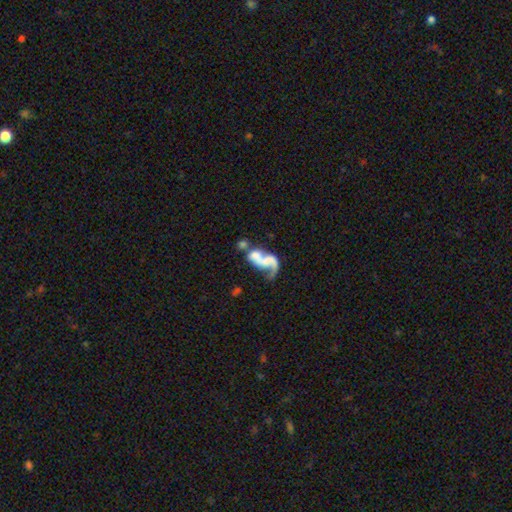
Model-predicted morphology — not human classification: This appears to be a featured or disk galaxy (70%) with no bar (57%), 2 (65%) loose (75%) spiral arms (76%) and no central bulge (52%). Merging: merger (44%).